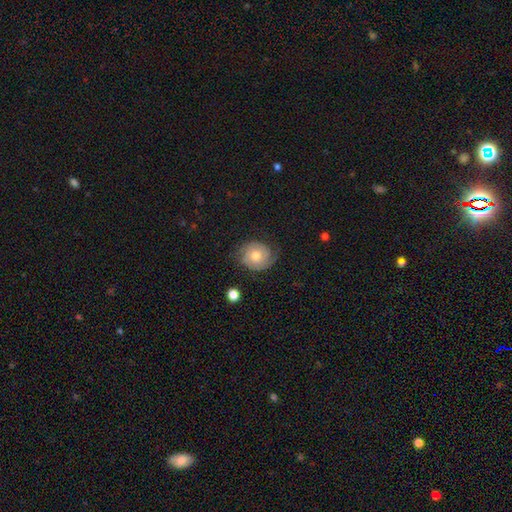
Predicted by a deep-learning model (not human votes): Smooth or featured? Predicted: featured or disk (p=0.62). Edge-on disk? Predicted: no (p=0.97). Bar? Predicted: no (p=0.79). Spiral arms? Predicted: yes (p=0.89). Spiral winding? Predicted: tight (p=0.57). Spiral arm count? Predicted: 2 (p=0.73). Bulge size? Predicted: moderate (p=0.71). Merging? Predicted: none (p=0.74).